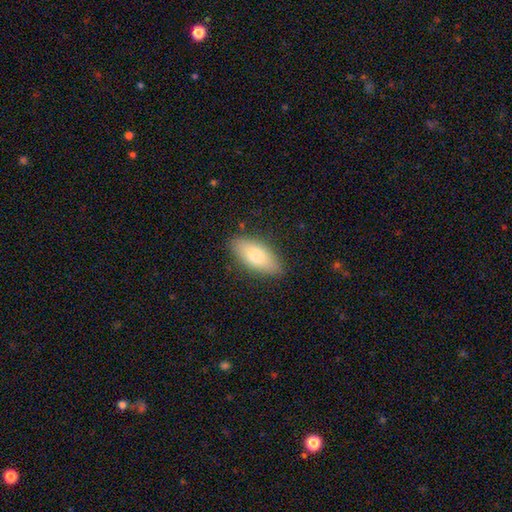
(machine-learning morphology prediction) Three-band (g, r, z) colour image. It shows a smooth galaxy with no disk features (71%) that is in between round and cigar-shaped (84%). Merging: none (86%).